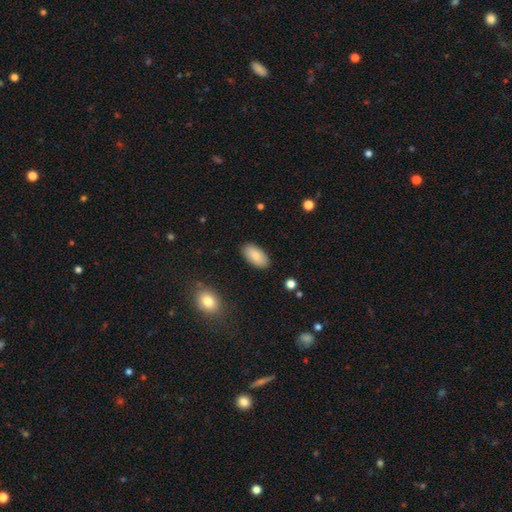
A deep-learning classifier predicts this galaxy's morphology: Smooth or featured? Predicted: smooth (p=0.86). How rounded? Predicted: in between (p=0.94). Merging? Predicted: none (p=0.88).